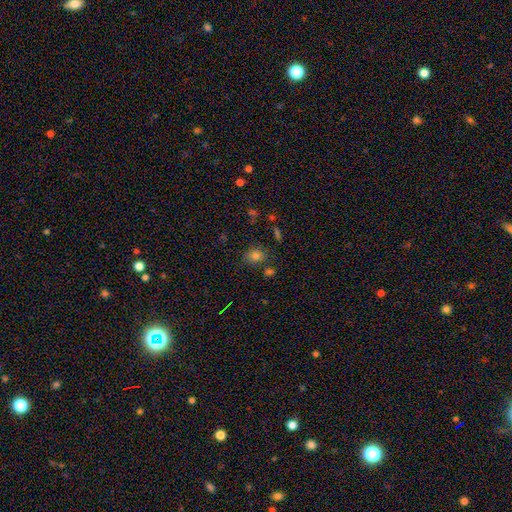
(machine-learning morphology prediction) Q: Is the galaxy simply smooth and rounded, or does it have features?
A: smooth — 77%.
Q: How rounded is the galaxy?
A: in between — 52%.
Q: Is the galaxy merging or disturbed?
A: none — 76%.